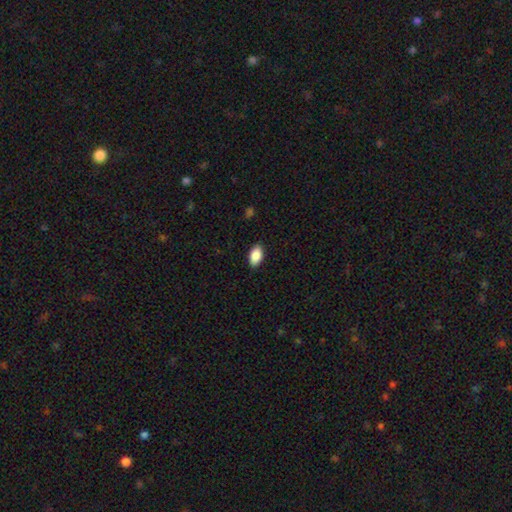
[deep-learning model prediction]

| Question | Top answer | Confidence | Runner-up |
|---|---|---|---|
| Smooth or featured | smooth | 88% | star or artifact (7%) |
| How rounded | in between | 93% | round (5%) |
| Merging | none | 87% | minor disturbance (10%) |